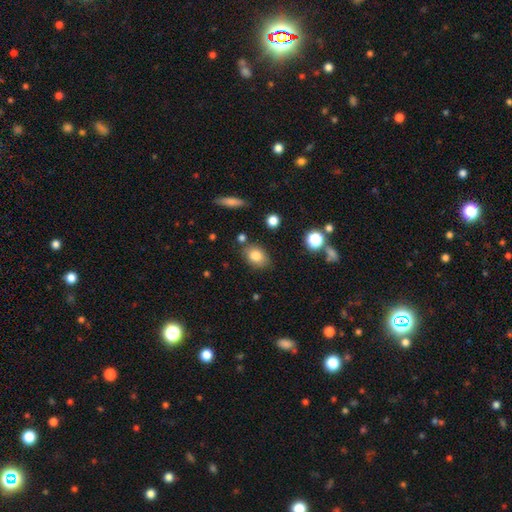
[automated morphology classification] The model was most divided on "how rounded": in between: 74%, round: 25%, cigar-shaped: 2%. More confident: smooth or featured — smooth (81%); merging — none (77%).